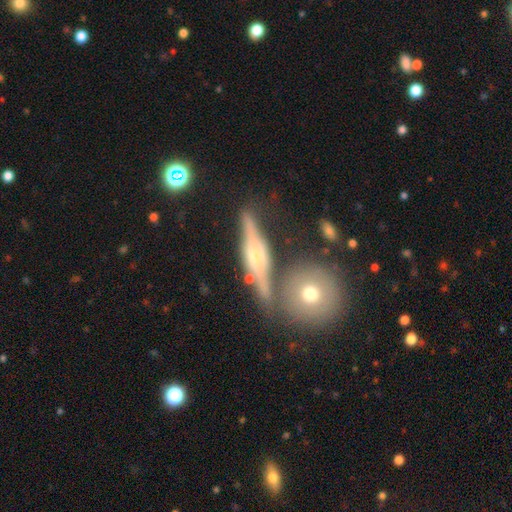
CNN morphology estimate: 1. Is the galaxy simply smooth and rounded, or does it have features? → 76% featured or disk, 16% smooth, 8% star or artifact.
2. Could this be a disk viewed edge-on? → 90% yes, 10% no.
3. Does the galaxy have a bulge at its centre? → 81% rounded, 12% boxy, 7% none.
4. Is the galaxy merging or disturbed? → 68% none, 17% minor disturbance, 9% merger, 6% major disturbance.